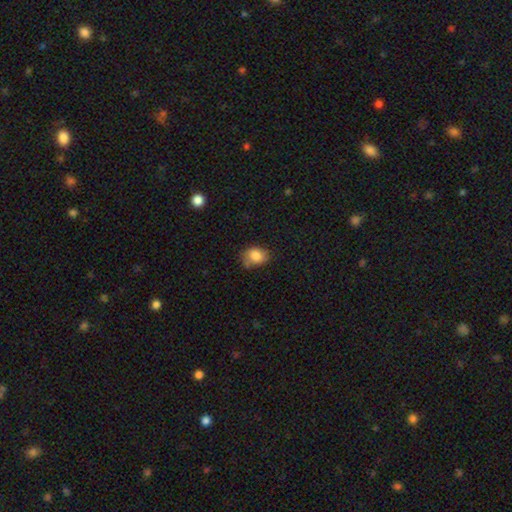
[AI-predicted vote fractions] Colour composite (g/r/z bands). It shows a smooth galaxy with no disk features (83%) that is in between round and cigar-shaped (63%). Merging: none (54%).